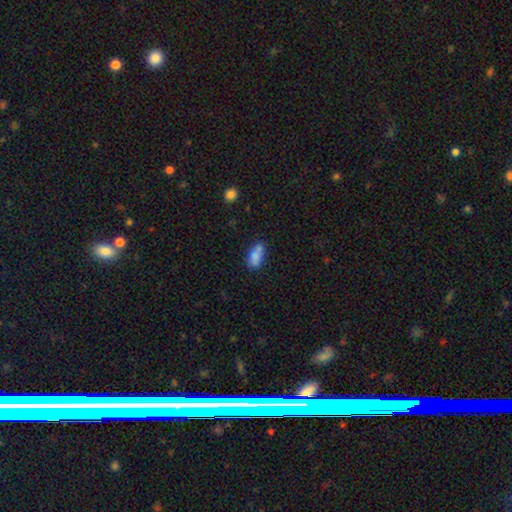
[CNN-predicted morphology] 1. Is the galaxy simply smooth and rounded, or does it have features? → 81% smooth, 11% featured or disk, 8% star or artifact.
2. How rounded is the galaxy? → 80% in between, 17% cigar-shaped, 3% round.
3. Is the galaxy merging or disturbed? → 63% none, 23% minor disturbance, 9% merger, 6% major disturbance.